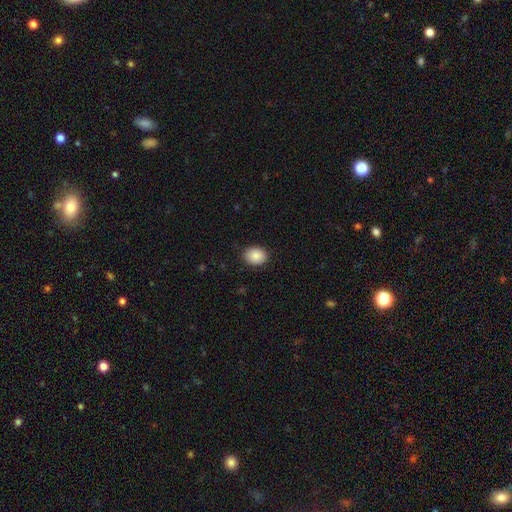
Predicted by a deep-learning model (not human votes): A smooth galaxy with no disk features (88%) that is in between round and cigar-shaped (54%). Merging: none (88%).